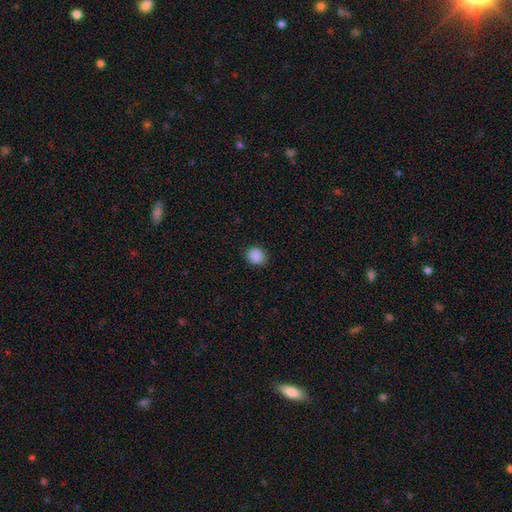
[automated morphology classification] A smooth galaxy with no disk features (89%) that is round (79%). Merging: none (90%).